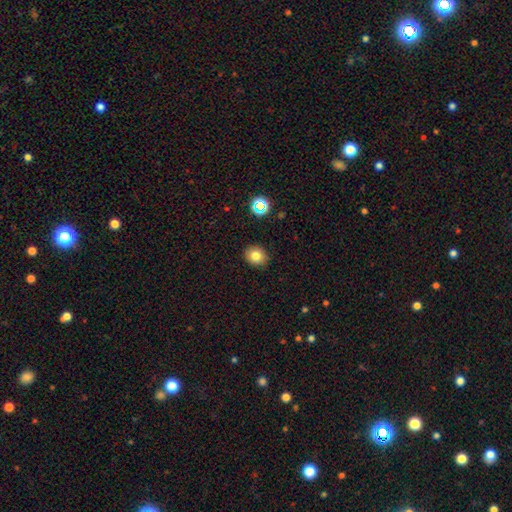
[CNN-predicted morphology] The model was most divided on "how rounded": round: 71%, in between: 28%, cigar-shaped: 1%. More confident: merging — none (90%); smooth or featured — smooth (79%).